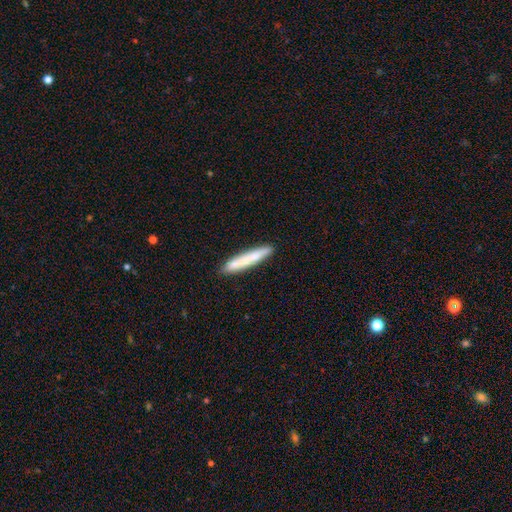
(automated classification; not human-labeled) smooth 75%, featured or disk 19%, star or artifact 6%. Down the decision tree: how rounded — cigar-shaped (92%); merging — none (85%).